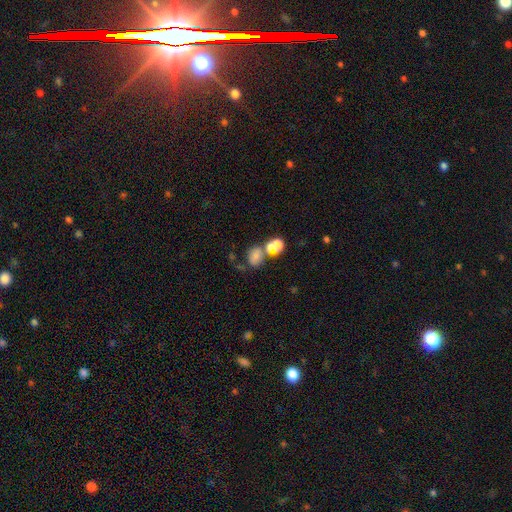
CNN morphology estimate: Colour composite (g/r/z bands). It shows a smooth galaxy with no disk features (67%) that is in between round and cigar-shaped (60%). Merging: none (41%).